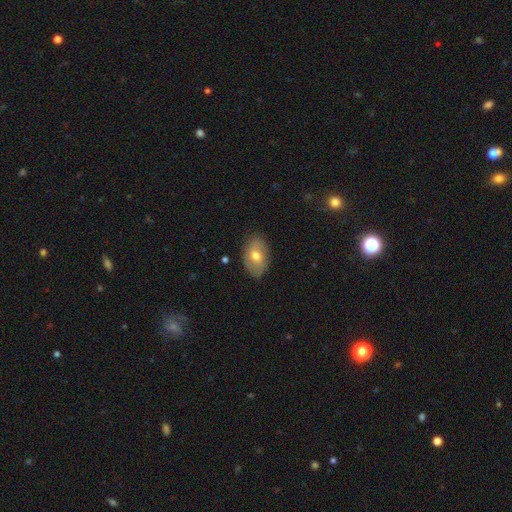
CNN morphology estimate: This appears to be a smooth galaxy with no disk features (62%) that is in between round and cigar-shaped (88%). Merging: none (83%).